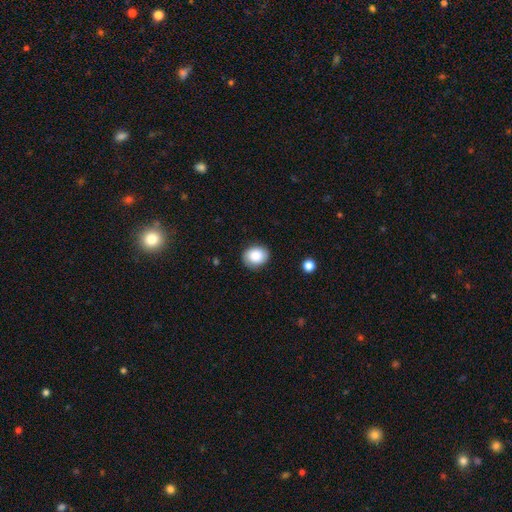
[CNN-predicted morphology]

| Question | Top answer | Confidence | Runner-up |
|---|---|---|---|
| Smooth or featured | smooth | 86% | star or artifact (8%) |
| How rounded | round | 57% | in between (43%) |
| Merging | none | 86% | minor disturbance (11%) |